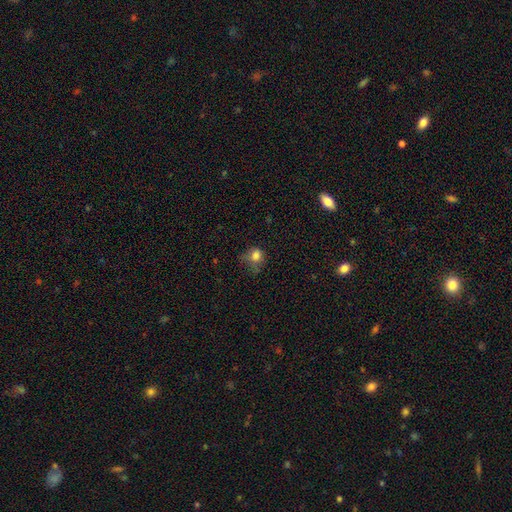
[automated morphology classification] Smooth or featured?
  - smooth: 77% *
  - star or artifact: 12%
  - featured or disk: 10%
How rounded?
  - round: 63% *
  - in between: 36%
  - cigar-shaped: 1%
Merging?
  - none: 39% *
  - minor disturbance: 33%
  - major disturbance: 25%
  - merger: 2%